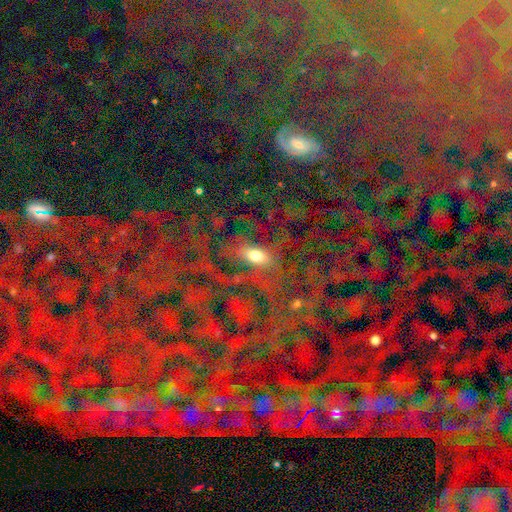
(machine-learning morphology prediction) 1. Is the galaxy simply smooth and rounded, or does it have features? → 54% featured or disk, 23% smooth, 23% star or artifact.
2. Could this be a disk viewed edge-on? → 82% no, 18% yes.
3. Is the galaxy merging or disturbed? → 53% none, 24% major disturbance, 18% minor disturbance, 6% merger.